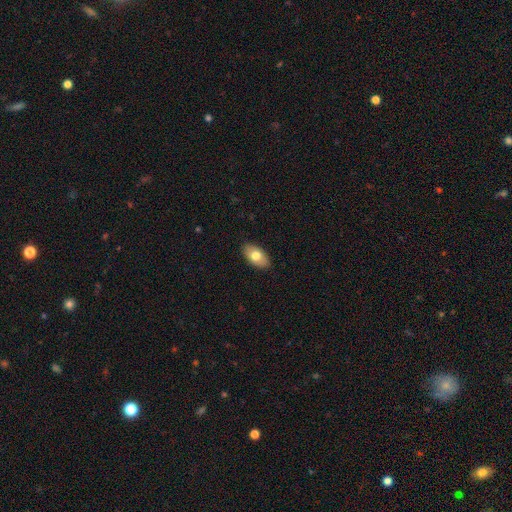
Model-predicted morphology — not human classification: This is likely a smooth galaxy (74%). How rounded: clearly in between (94%). Merging: clearly none (89%).